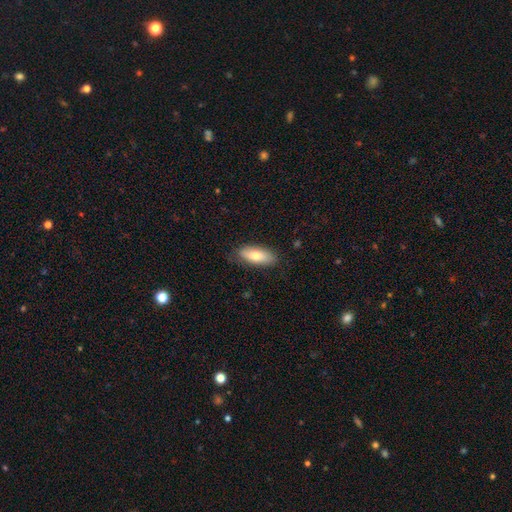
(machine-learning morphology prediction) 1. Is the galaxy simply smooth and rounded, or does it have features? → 76% smooth, 18% featured or disk, 6% star or artifact.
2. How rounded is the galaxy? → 75% in between, 23% cigar-shaped, 2% round.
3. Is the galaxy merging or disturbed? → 83% none, 14% minor disturbance, 3% major disturbance, 1% merger.